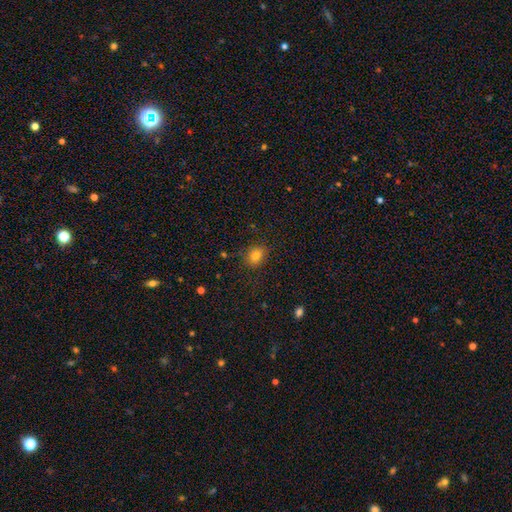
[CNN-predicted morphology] type=smooth (81%); roundness=in between (51%); merging=none (83%).